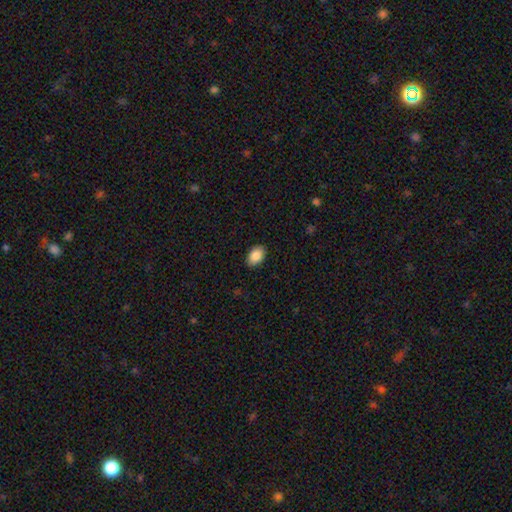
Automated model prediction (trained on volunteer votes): smooth 88%, star or artifact 7%, featured or disk 5%. Down the decision tree: how rounded — in between (88%); merging — none (89%).